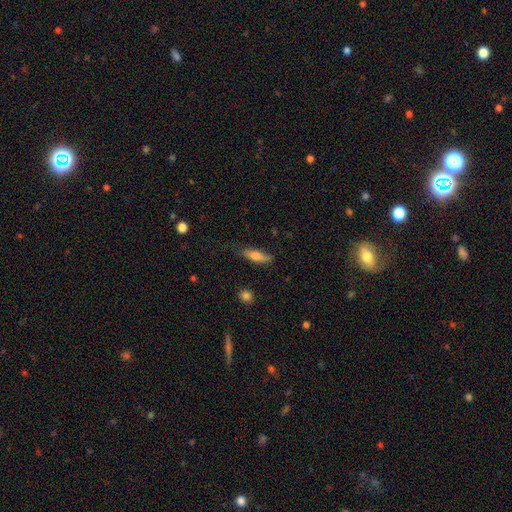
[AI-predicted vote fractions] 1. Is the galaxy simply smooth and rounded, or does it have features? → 70% smooth, 23% featured or disk, 7% star or artifact.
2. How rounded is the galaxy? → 56% cigar-shaped, 41% in between, 2% round.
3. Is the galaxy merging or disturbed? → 72% none, 21% minor disturbance, 5% major disturbance, 2% merger.